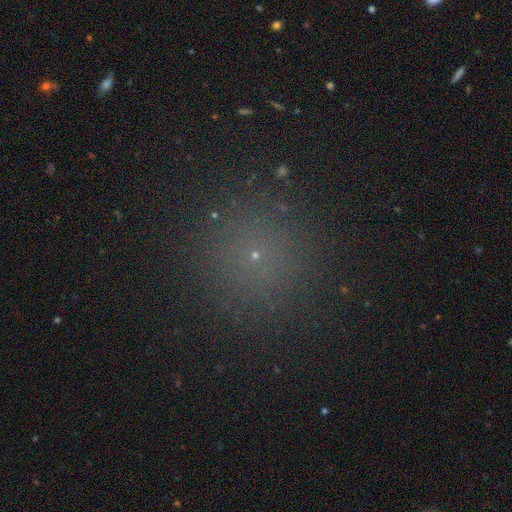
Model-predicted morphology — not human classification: Smooth or featured: smooth — 63% (star or artifact — 30%)
How rounded: round — 95% (in between — 4%)
Merging: none — 91% (minor disturbance — 6%)